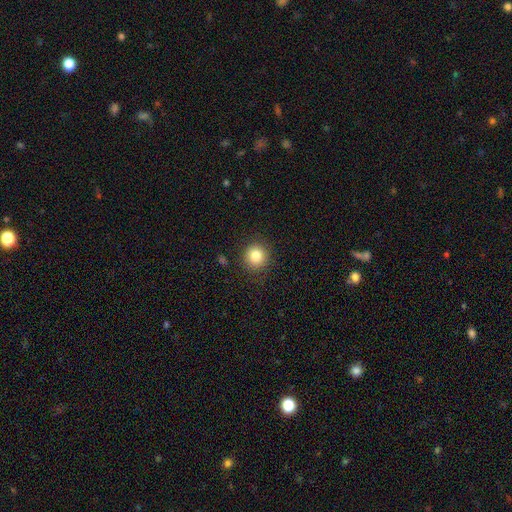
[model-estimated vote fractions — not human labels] A smooth galaxy with no disk features (82%) that is round (93%).

Vote fractions:
- Smooth or featured? smooth: 82% / star or artifact: 11% / featured or disk: 7%
- How rounded? round: 93% / in between: 6% / cigar-shaped: 1%
- Merging? none: 89% / minor disturbance: 8% / major disturbance: 3% / merger: 1%